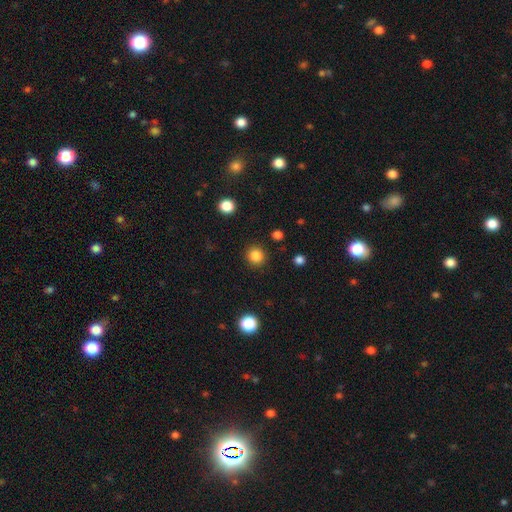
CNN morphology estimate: Q: Smooth or featured?
A: smooth (85%); runner-up: star or artifact (11%)
Q: How rounded?
A: round (92%); runner-up: in between (7%)
Q: Merging?
A: none (90%); runner-up: minor disturbance (6%)